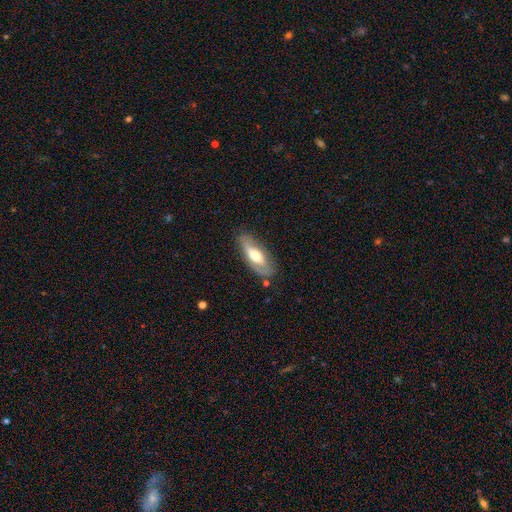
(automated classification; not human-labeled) smooth_or_featured: featured or disk (p=0.49) [alt: smooth p=0.45]
merging: none (p=0.76) [alt: minor disturbance p=0.17]